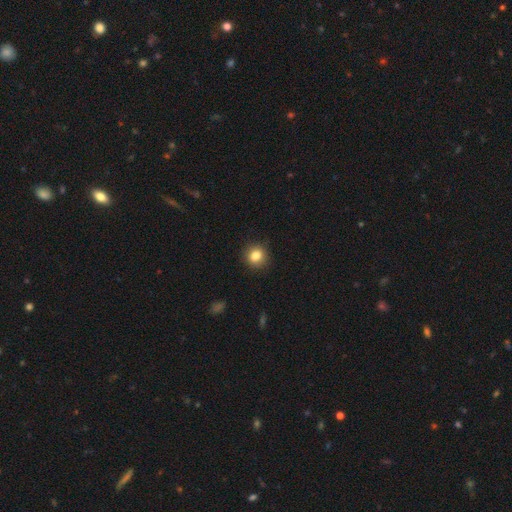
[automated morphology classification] Smooth or featured? smooth (83%)
How rounded? round (87%)
Merging? none (91%)